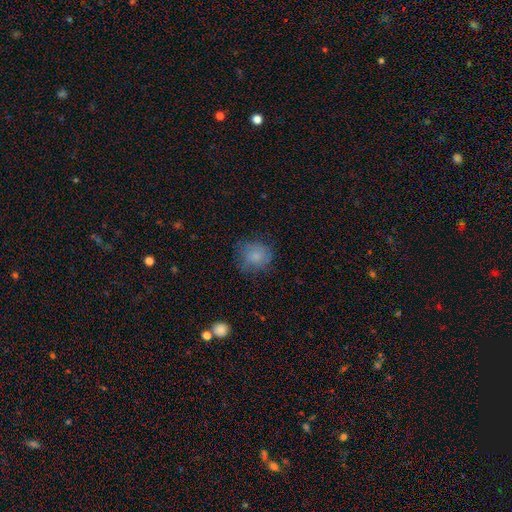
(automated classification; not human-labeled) smooth-or-featured: smooth: 79% | featured or disk: 11% | star or artifact: 9%
  how-rounded: round: 80% | in between: 19% | cigar-shaped: 1%
  merging: none: 66% | minor disturbance: 23% | major disturbance: 9% | merger: 2%